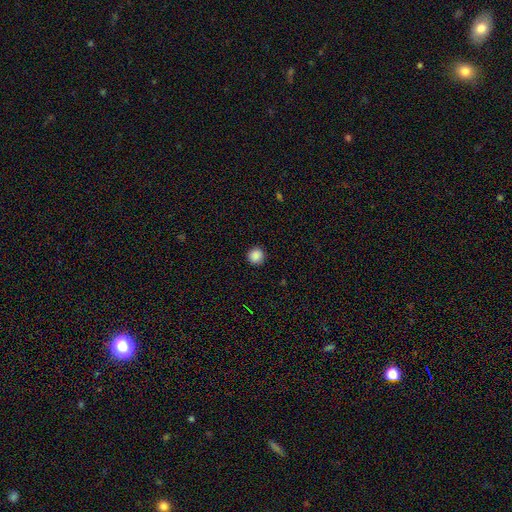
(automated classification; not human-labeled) This is clearly a smooth galaxy (88%). How rounded: clearly round (96%). Merging: clearly none (92%).